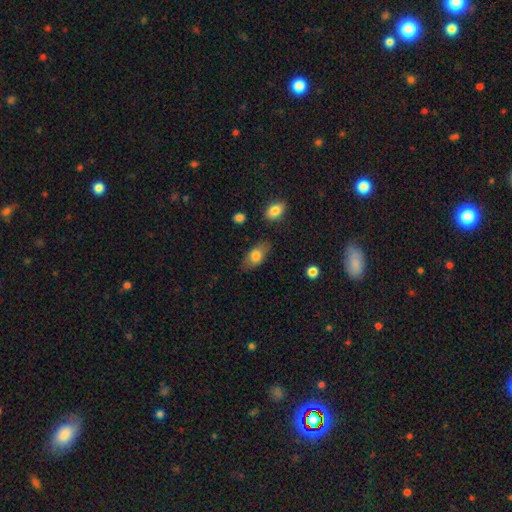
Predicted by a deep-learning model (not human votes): Smooth or featured? Predicted: smooth (p=0.76). How rounded? Predicted: in between (p=0.87). Merging? Predicted: none (p=0.78).